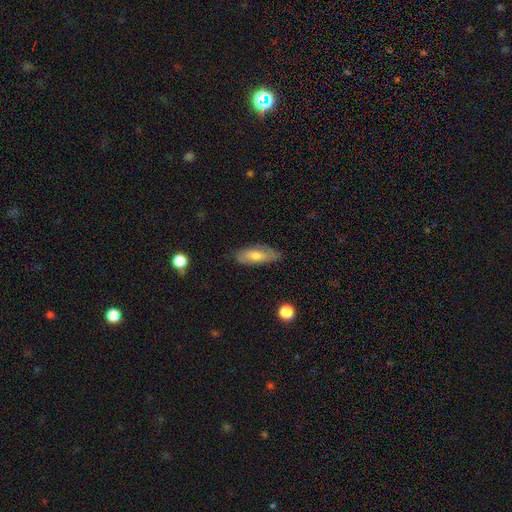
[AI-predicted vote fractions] Smooth or featured? Predicted: smooth (p=0.59). How rounded? Predicted: in between (p=0.73). Merging? Predicted: none (p=0.76).